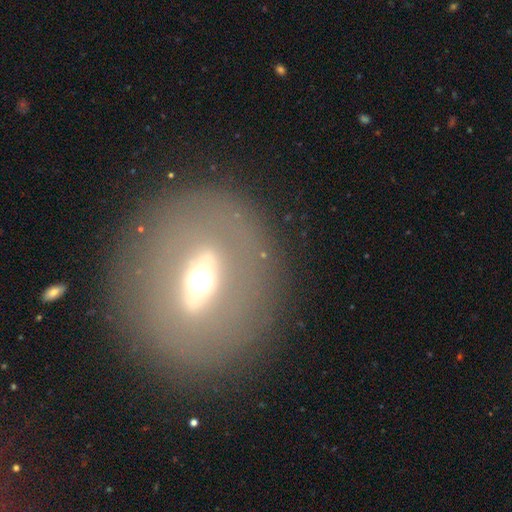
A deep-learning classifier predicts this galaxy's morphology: The model was most divided on "smooth or featured": featured or disk: 61%, smooth: 28%, star or artifact: 11%. More confident: merging — none (83%); edge-on disk — no (71%).